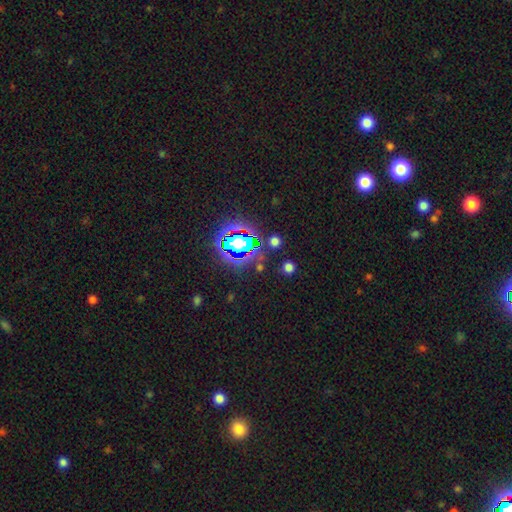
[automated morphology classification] This appears to be a star or artifact, not a galaxy (79%).